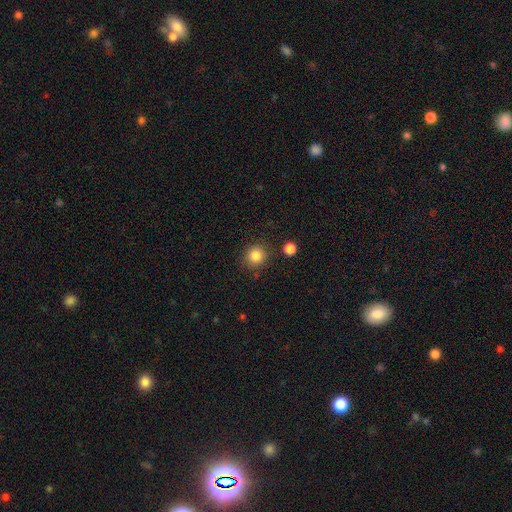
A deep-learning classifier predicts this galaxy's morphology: smooth_or_featured: smooth (p=0.84) [alt: star or artifact p=0.11]
how_rounded: round (p=0.90) [alt: in between p=0.10]
merging: none (p=0.86) [alt: minor disturbance p=0.08]